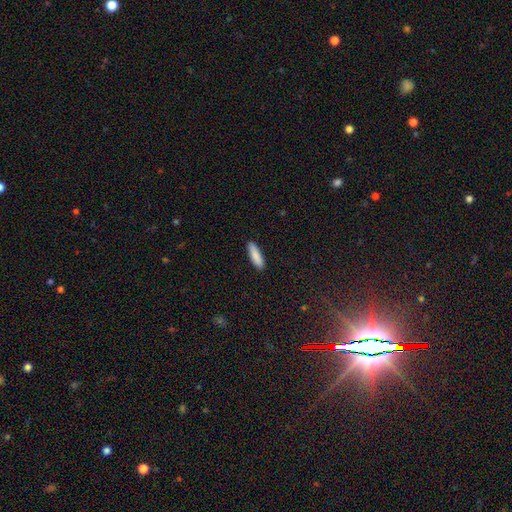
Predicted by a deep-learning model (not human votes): Smooth or featured?
  - smooth: 88% *
  - featured or disk: 6%
  - star or artifact: 6%
How rounded?
  - cigar-shaped: 68% *
  - in between: 31%
  - round: 2%
Merging?
  - none: 90% *
  - minor disturbance: 7%
  - major disturbance: 2%
  - merger: 1%